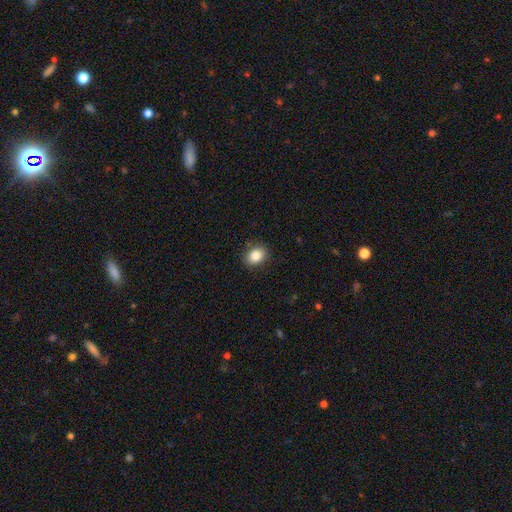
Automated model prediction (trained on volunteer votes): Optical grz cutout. It shows a smooth galaxy with no disk features (86%) that is in between round and cigar-shaped (65%). Merging: none (87%).